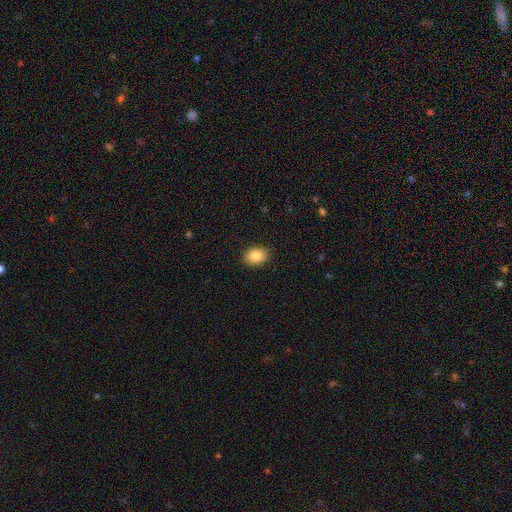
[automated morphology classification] A smooth galaxy with no disk features (85%) that is in between round and cigar-shaped (61%).

Vote fractions:
- Smooth or featured? smooth: 85% / star or artifact: 9% / featured or disk: 6%
- How rounded? in between: 61% / round: 38% / cigar-shaped: 1%
- Merging? none: 89% / minor disturbance: 8% / major disturbance: 2% / merger: 1%